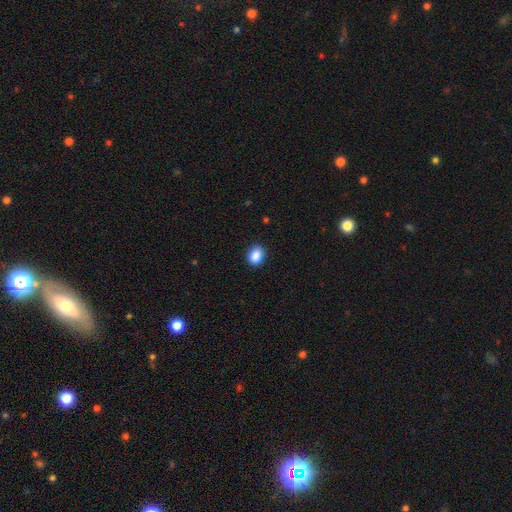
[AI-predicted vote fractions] This appears to be a smooth galaxy with no disk features (89%) that is in between round and cigar-shaped (61%). Merging: none (89%).